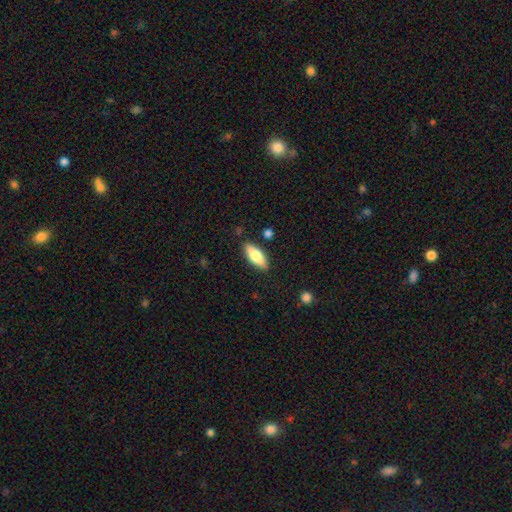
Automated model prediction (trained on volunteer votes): Q: Smooth or featured?
A: smooth (70%); runner-up: featured or disk (23%)
Q: How rounded?
A: in between (72%); runner-up: cigar-shaped (26%)
Q: Merging?
A: none (86%); runner-up: minor disturbance (10%)